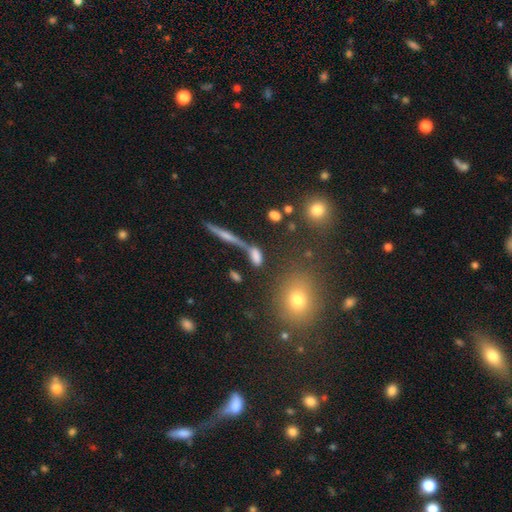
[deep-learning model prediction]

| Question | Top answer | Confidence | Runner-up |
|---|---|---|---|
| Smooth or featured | smooth | 66% | featured or disk (18%) |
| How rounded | in between | 70% | cigar-shaped (17%) |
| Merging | none | 46% | merger (28%) |